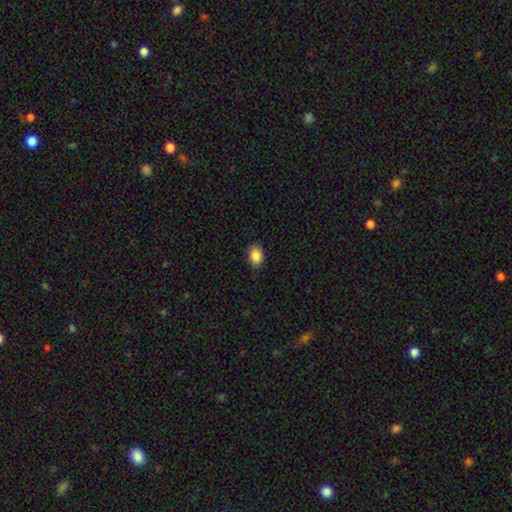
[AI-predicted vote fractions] The model was most divided on "how rounded": in between: 79%, round: 20%, cigar-shaped: 1%. More confident: merging — none (88%); smooth or featured — smooth (88%).